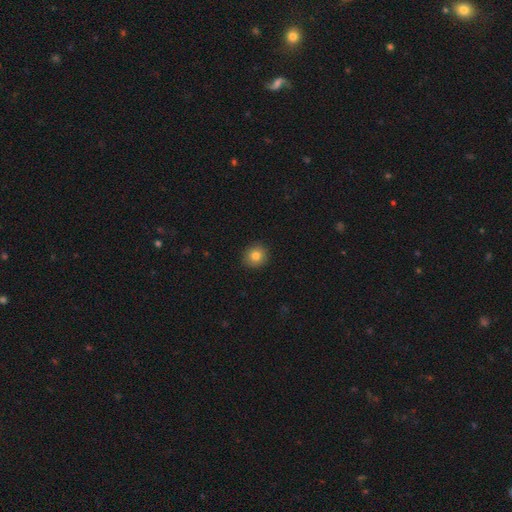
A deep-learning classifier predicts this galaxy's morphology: smooth 82%, star or artifact 10%, featured or disk 8%. Down the decision tree: how rounded — round (90%); merging — none (92%).